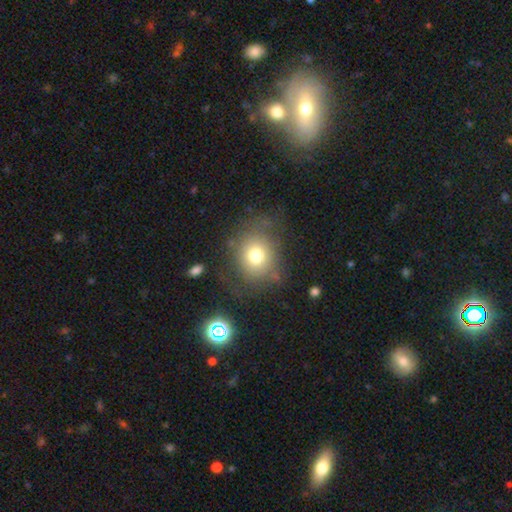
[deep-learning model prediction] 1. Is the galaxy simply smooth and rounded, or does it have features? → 70% smooth, 17% featured or disk, 13% star or artifact.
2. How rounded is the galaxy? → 68% round, 31% in between, 1% cigar-shaped.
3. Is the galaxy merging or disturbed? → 67% none, 17% minor disturbance, 12% major disturbance, 3% merger.